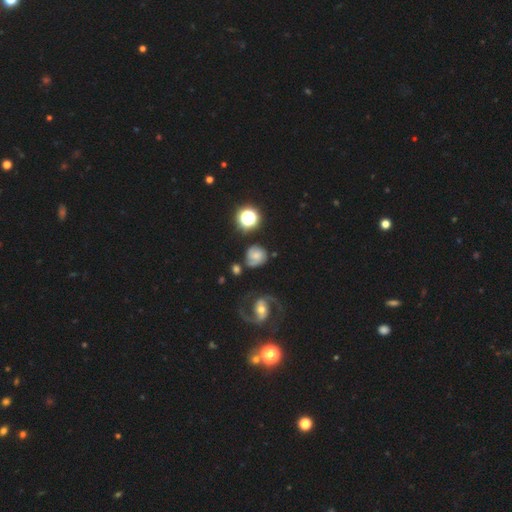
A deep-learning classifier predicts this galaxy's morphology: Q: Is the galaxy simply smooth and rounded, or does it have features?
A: featured or disk — 53%.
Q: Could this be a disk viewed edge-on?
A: no — 97%.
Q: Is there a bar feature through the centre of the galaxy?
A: no — 58%.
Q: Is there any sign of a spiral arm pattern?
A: yes — 89%.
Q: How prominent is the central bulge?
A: small — 45%.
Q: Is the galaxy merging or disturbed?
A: none — 62%.